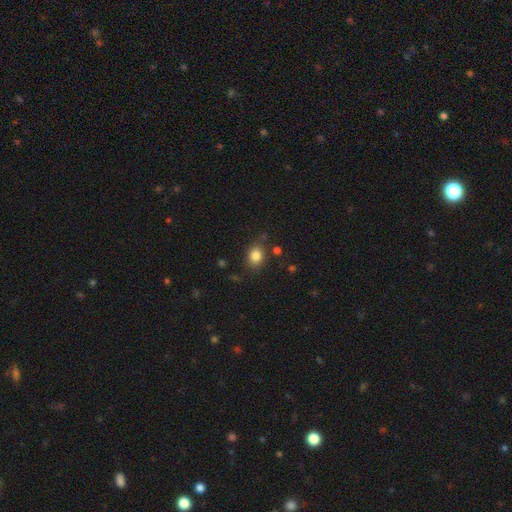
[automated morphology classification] Smooth or featured: smooth — 84% (star or artifact — 10%)
How rounded: in between — 53% (round — 46%)
Merging: none — 79% (minor disturbance — 14%)